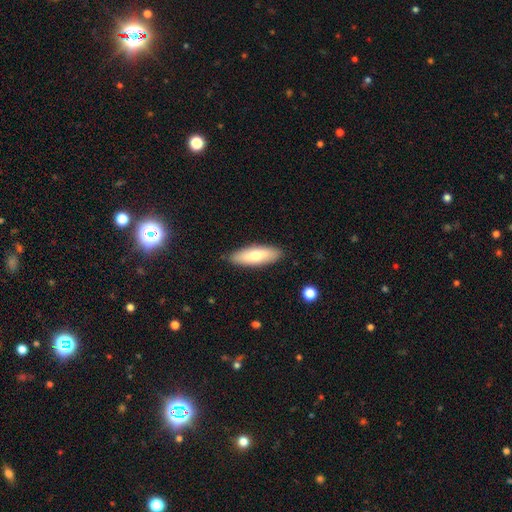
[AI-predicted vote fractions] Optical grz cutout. It shows a smooth galaxy with no disk features (69%) that is in between round and cigar-shaped (58%). Merging: none (86%).